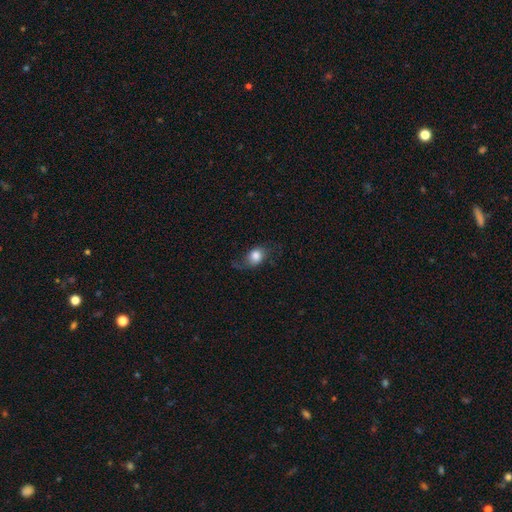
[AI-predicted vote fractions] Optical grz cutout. It shows a smooth galaxy with no disk features (69%) that is in between round and cigar-shaped (50%). Merging: none (54%).